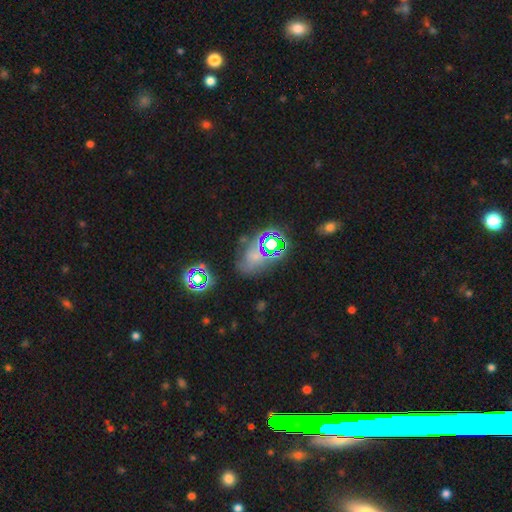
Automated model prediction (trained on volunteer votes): Smooth or featured? Predicted: star or artifact (p=0.47).